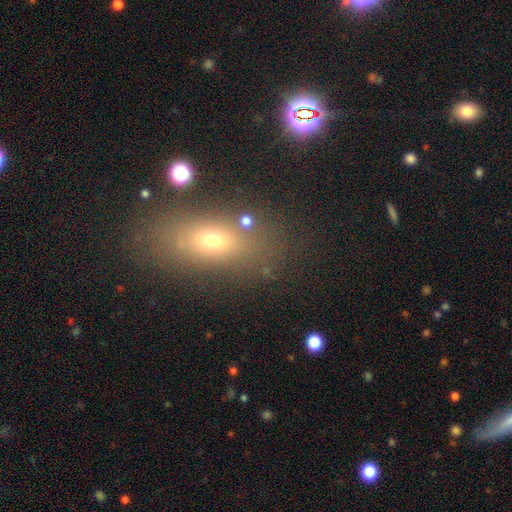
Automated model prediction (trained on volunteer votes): Smooth or featured: smooth — 57% (featured or disk — 22%)
How rounded: in between — 69% (cigar-shaped — 18%)
Merging: none — 79% (minor disturbance — 11%)